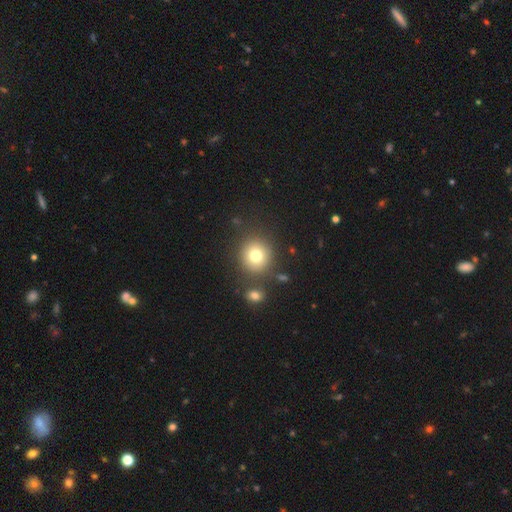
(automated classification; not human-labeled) smooth 77%, star or artifact 12%, featured or disk 11%. Down the decision tree: how rounded — round (91%); merging — none (80%).